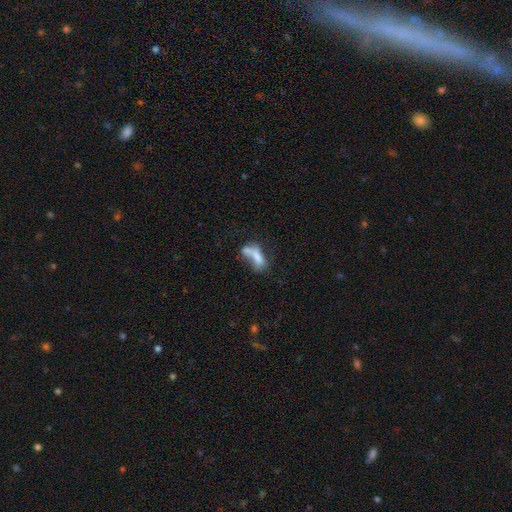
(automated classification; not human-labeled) Overall: smooth (60%; featured or disk 28%). How rounded: in between (70%). Merging: merger (47%; none 20%).